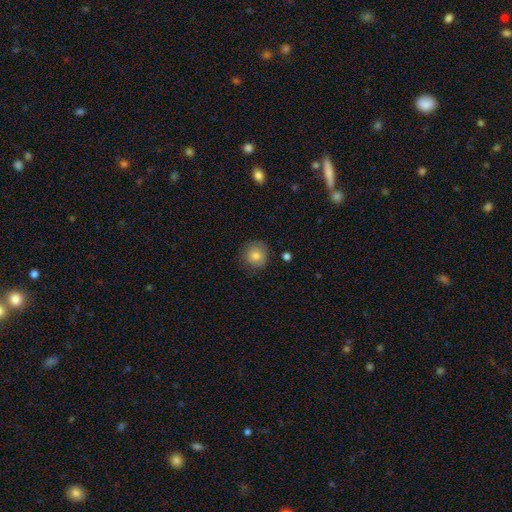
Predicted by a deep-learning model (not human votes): Q: Smooth or featured?
A: smooth (80%); runner-up: featured or disk (10%)
Q: How rounded?
A: round (90%); runner-up: in between (9%)
Q: Merging?
A: none (82%); runner-up: minor disturbance (13%)